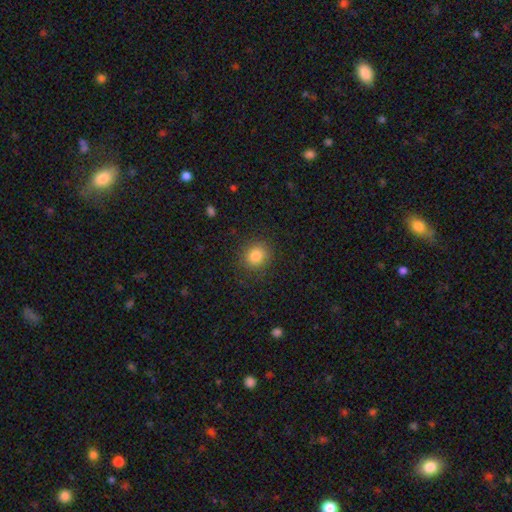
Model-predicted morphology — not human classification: Overall: smooth (84%). How rounded: round (81%). Merging: none (86%).